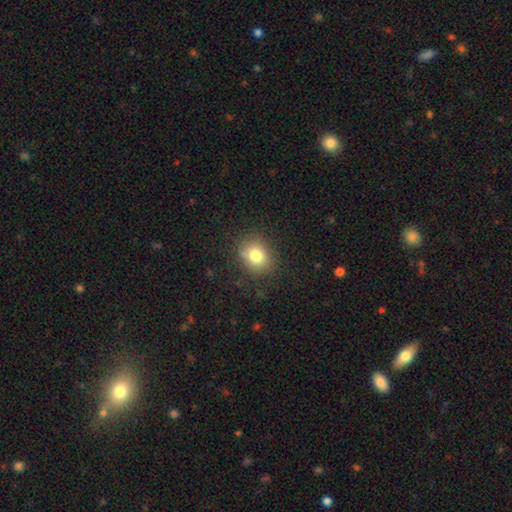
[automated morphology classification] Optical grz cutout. It shows a smooth galaxy with no disk features (79%) that is round (60%). Merging: none (81%).